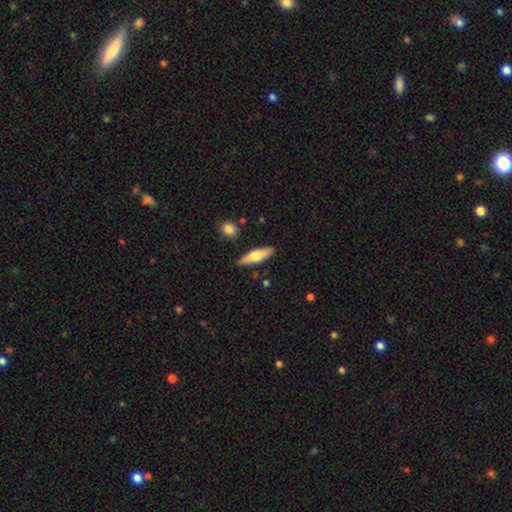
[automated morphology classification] smooth 59%, featured or disk 35%, star or artifact 6%. Down the decision tree: how rounded — cigar-shaped (57%); merging — none (85%).